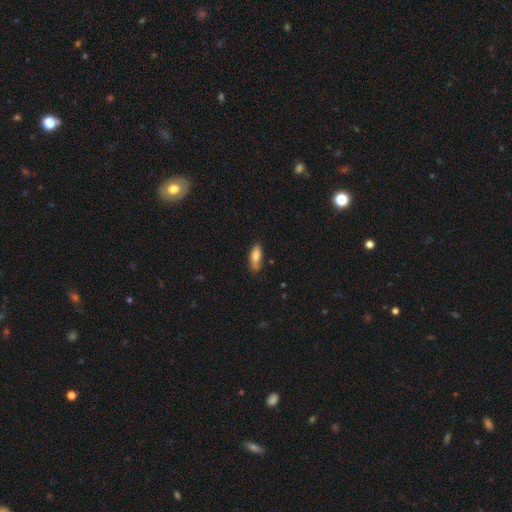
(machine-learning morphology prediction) Overall: smooth (78%). How rounded: in between (59%; cigar-shaped 38%). Merging: none (76%).